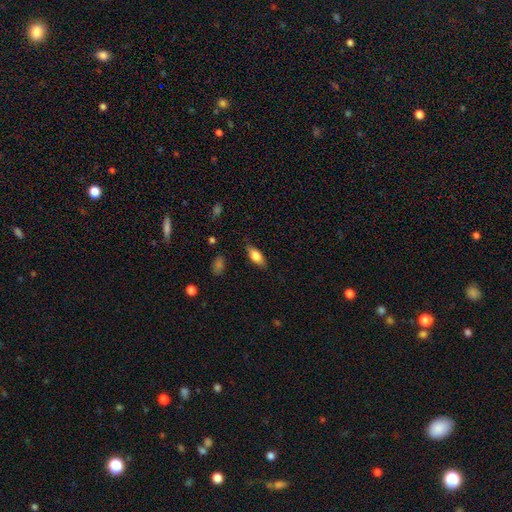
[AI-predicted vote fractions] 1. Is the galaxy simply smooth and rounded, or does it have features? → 78% smooth, 15% featured or disk, 7% star or artifact.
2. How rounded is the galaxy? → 82% in between, 15% cigar-shaped, 3% round.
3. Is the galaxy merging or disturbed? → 77% none, 18% minor disturbance, 4% major disturbance, 1% merger.